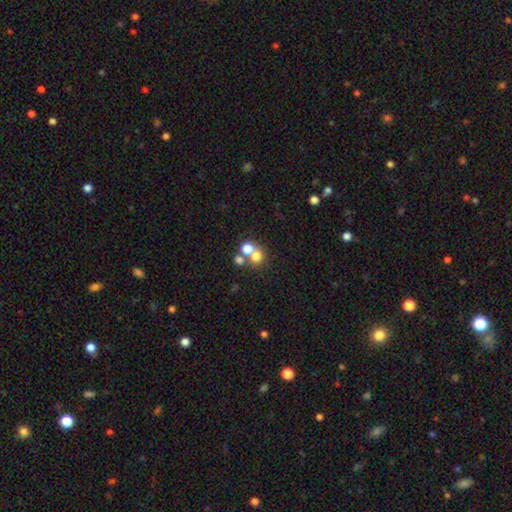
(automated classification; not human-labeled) Overall: smooth (70%). How rounded: round (83%). Merging: none (47%; merger 43%).